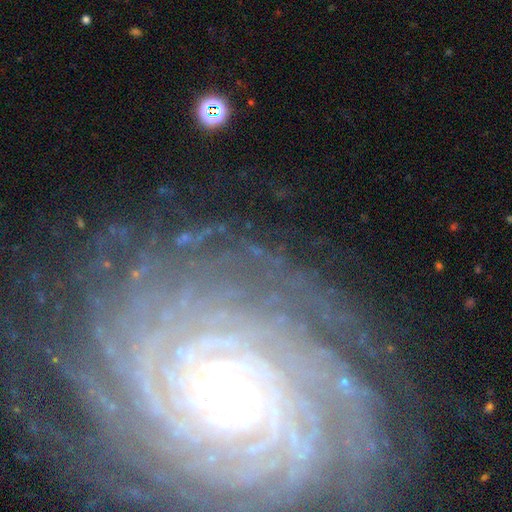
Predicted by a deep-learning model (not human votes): This is clearly a featured or disk galaxy (82%). It is clearly not viewed edge-on (96%). Bar: likely no (68%). Spiral arm pattern: clearly yes (97%). Spiral arm count: marginally more than 4 (30%). Spiral winding: clearly tight (86%). Central bulge: clearly small (80%). Merging: likely none (79%).